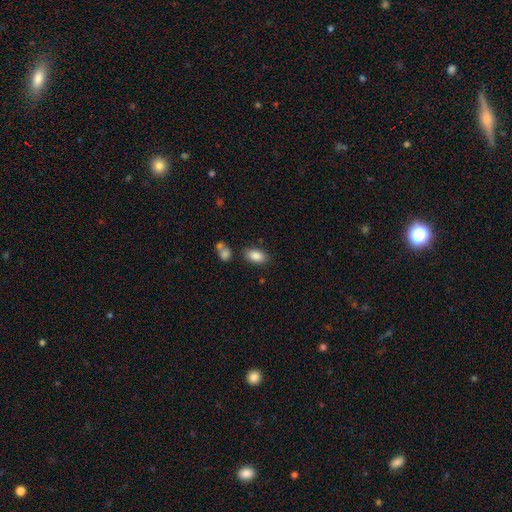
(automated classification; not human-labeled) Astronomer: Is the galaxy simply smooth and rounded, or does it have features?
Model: smooth — 87%.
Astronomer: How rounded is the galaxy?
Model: in between — 92%.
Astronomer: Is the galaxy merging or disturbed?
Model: none — 79%.